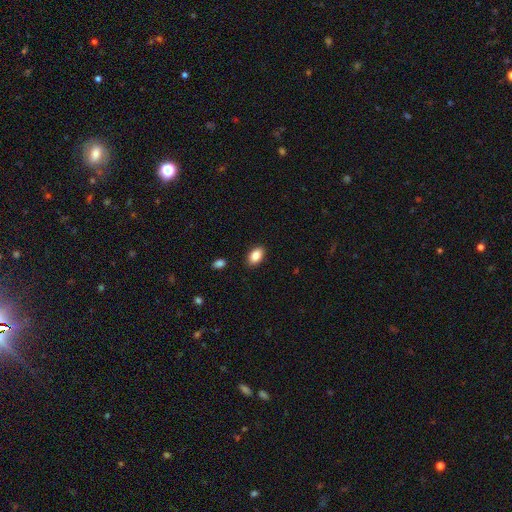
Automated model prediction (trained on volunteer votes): Smooth or featured? Predicted: smooth (p=0.87). How rounded? Predicted: in between (p=0.91). Merging? Predicted: none (p=0.89).